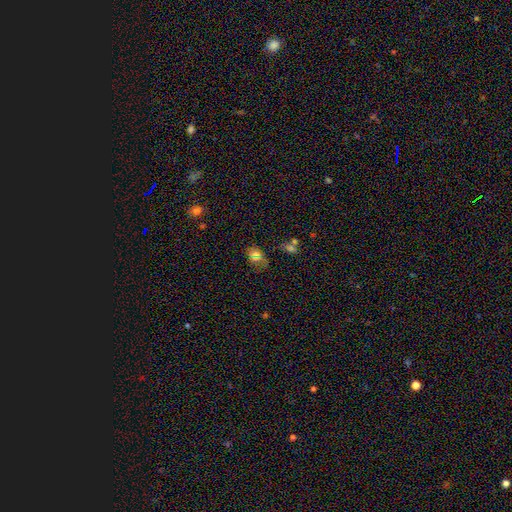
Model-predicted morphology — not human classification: Smooth or featured?
  - smooth: 55% *
  - star or artifact: 32%
  - featured or disk: 14%
How rounded?
  - in between: 63% *
  - round: 34%
  - cigar-shaped: 2%
Merging?
  - none: 59% *
  - minor disturbance: 20%
  - major disturbance: 11%
  - merger: 10%